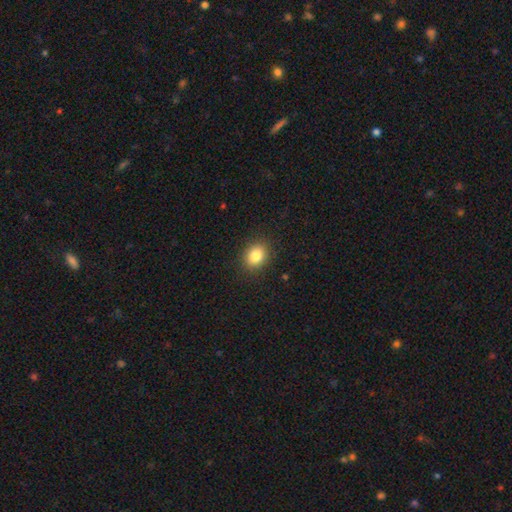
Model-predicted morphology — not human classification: Smooth or featured? Predicted: smooth (p=0.84). How rounded? Predicted: round (p=0.56). Merging? Predicted: none (p=0.89).